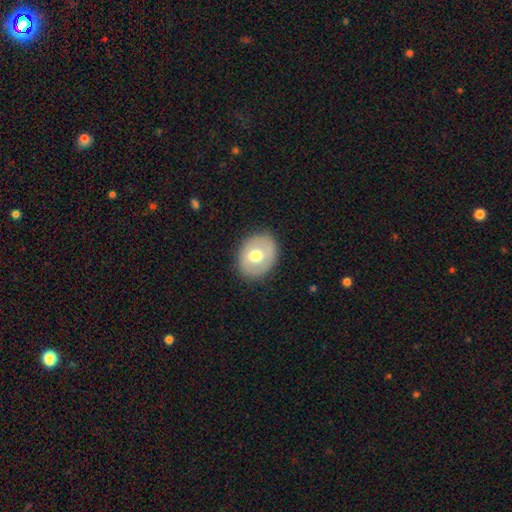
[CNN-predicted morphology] type=smooth (63%); roundness=in between (52%); merging=none (85%).